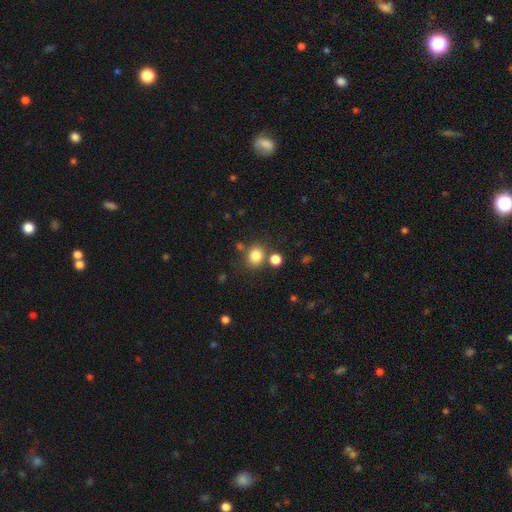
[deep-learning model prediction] The model was most divided on "how rounded": round: 76%, in between: 24%, cigar-shaped: 1%. More confident: smooth or featured — smooth (81%); merging — none (73%).